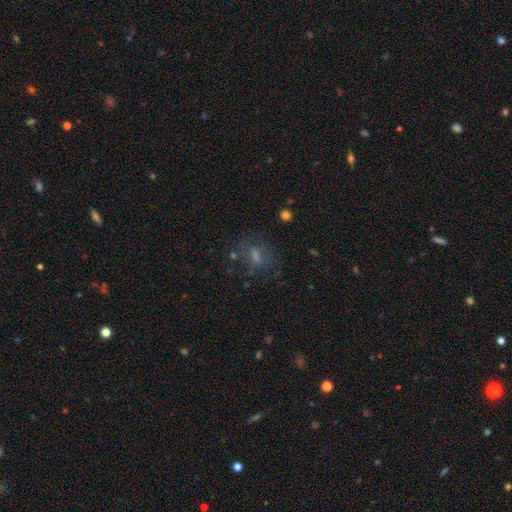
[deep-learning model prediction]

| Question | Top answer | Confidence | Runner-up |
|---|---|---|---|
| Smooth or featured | smooth | 44% | star or artifact (29%) |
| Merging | none | 66% | minor disturbance (17%) |